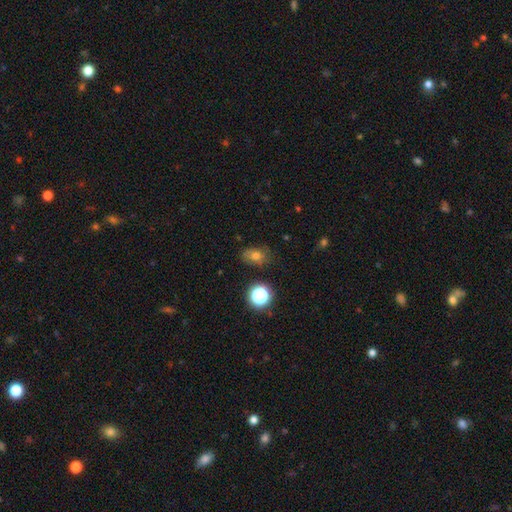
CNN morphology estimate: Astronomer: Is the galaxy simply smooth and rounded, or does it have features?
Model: smooth — 71%.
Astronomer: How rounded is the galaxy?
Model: in between — 72%.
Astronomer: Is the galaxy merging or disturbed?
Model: none — 76%.